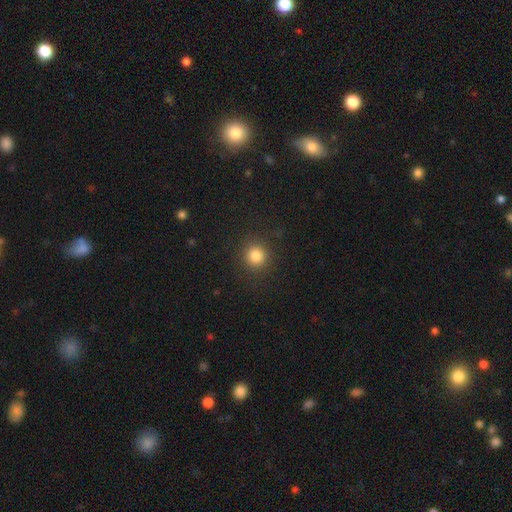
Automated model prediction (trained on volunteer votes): A smooth galaxy with no disk features (83%) that is round (92%). Merging: none (90%).